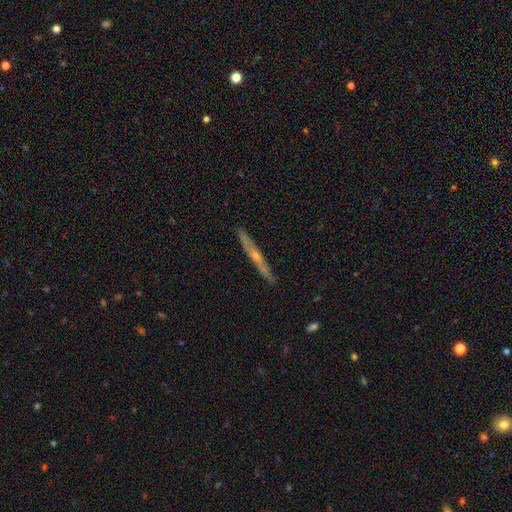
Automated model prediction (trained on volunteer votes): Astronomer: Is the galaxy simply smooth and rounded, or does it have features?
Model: featured or disk — 74%.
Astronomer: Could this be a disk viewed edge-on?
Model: yes — 96%.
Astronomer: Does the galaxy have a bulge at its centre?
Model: rounded — 74%.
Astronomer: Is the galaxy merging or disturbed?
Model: none — 89%.